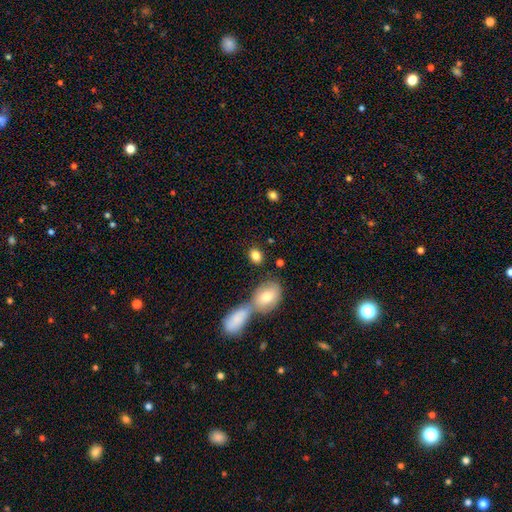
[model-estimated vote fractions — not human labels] smooth-or-featured: smooth: 82% | featured or disk: 9% | star or artifact: 9%
  how-rounded: in between: 67% | round: 31% | cigar-shaped: 3%
  merging: none: 68% | merger: 17% | minor disturbance: 11% | major disturbance: 4%